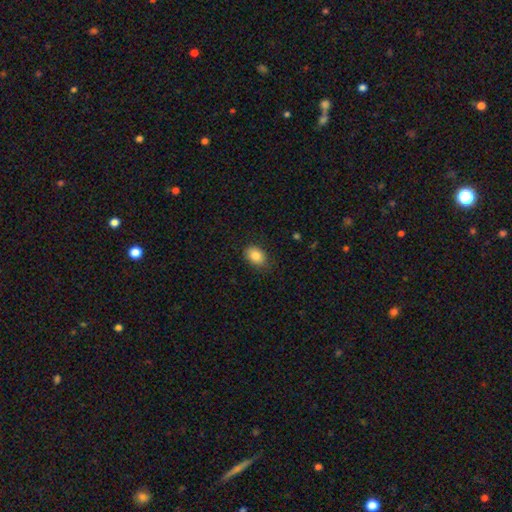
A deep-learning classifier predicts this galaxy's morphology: Q: Smooth or featured?
A: smooth (85%); runner-up: star or artifact (9%)
Q: How rounded?
A: in between (77%); runner-up: round (22%)
Q: Merging?
A: none (82%); runner-up: minor disturbance (14%)